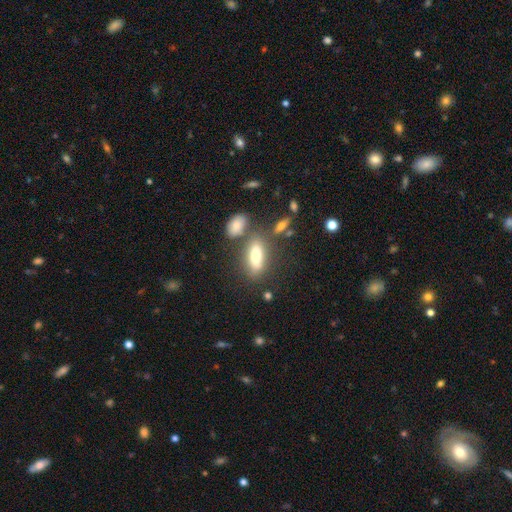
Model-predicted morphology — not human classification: Smooth or featured?
  - smooth: 73% *
  - featured or disk: 18%
  - star or artifact: 9%
How rounded?
  - in between: 62% *
  - cigar-shaped: 34%
  - round: 3%
Merging?
  - none: 65% *
  - merger: 16%
  - minor disturbance: 14%
  - major disturbance: 5%